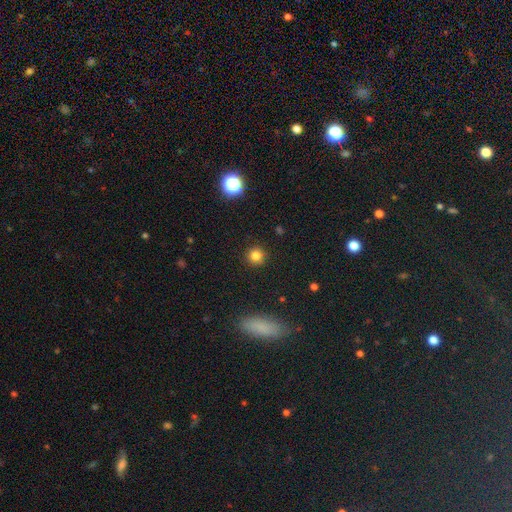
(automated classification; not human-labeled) Smooth or featured? Predicted: smooth (p=0.81). How rounded? Predicted: round (p=0.94). Merging? Predicted: none (p=0.91).